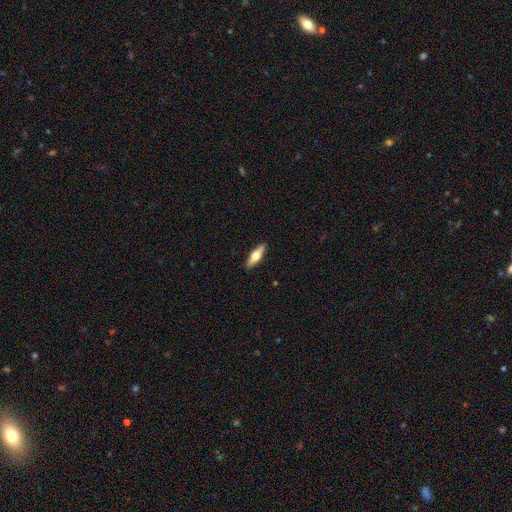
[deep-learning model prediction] Smooth or featured: smooth — 51% (featured or disk — 44%)
How rounded: cigar-shaped — 54% (in between — 44%)
Merging: none — 91% (minor disturbance — 7%)